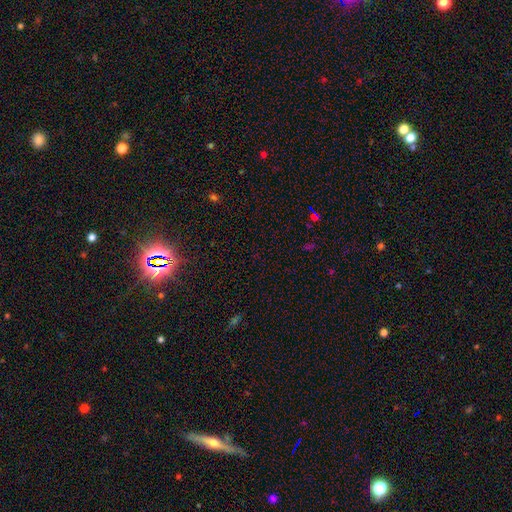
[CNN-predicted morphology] Smooth or featured: star or artifact — 69% (smooth — 24%)